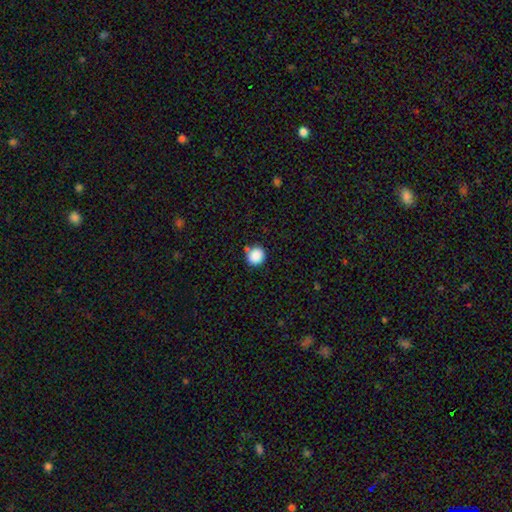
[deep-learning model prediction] smooth 88%, star or artifact 9%, featured or disk 3%. Down the decision tree: how rounded — round (91%); merging — none (78%).